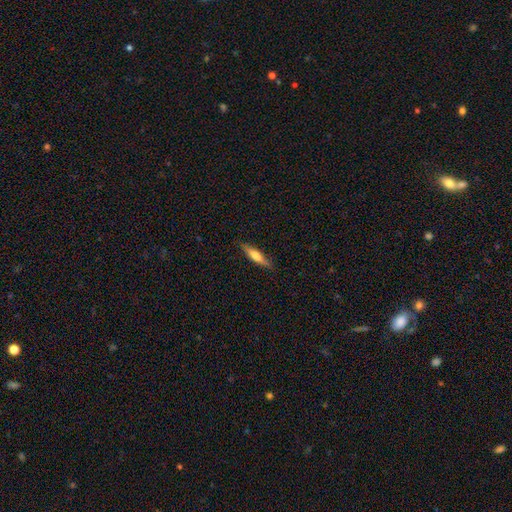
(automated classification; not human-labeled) A smooth galaxy with no disk features (53%) that is cigar-shaped (82%). Merging: none (88%).